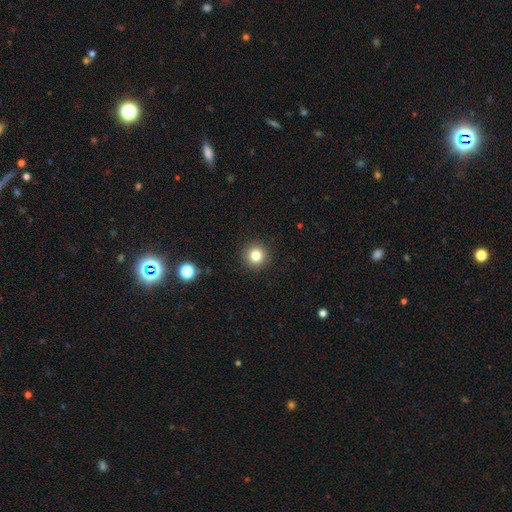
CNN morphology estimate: Overall: smooth (81%). How rounded: round (95%). Merging: none (92%).